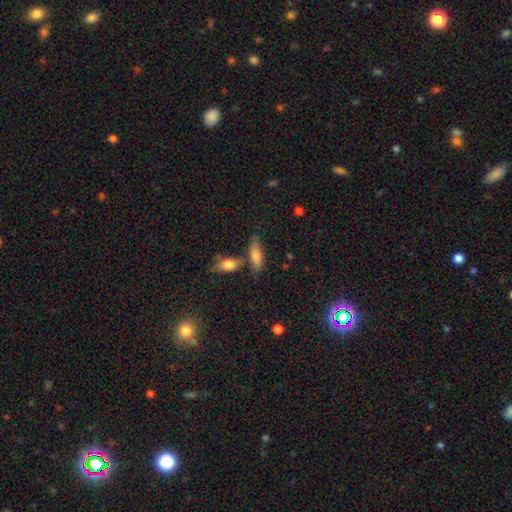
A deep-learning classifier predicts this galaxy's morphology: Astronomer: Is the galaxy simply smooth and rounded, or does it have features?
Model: smooth — 77%.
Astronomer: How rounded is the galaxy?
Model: in between — 57% (runner-up: cigar-shaped, 40%).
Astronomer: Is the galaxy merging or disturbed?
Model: none — 59%.